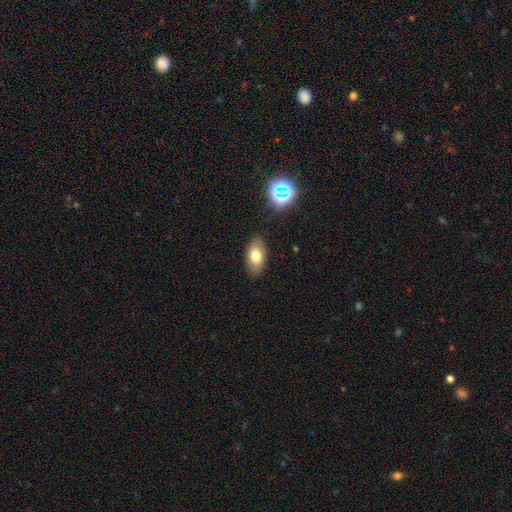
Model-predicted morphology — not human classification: smooth 74%, featured or disk 16%, star or artifact 10%. Down the decision tree: how rounded — in between (91%); merging — none (85%).